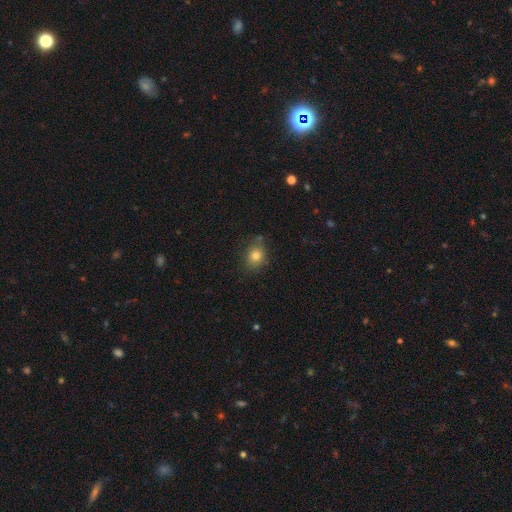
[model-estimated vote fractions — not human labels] smooth 80%, star or artifact 12%, featured or disk 8%. Down the decision tree: how rounded — round (63%); merging — none (79%).